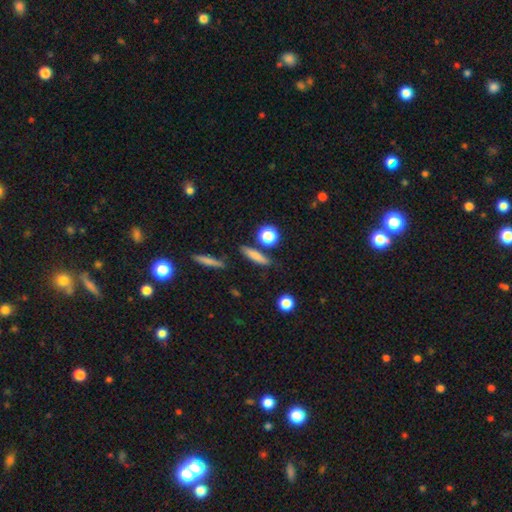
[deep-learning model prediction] Smooth or featured? smooth (77%)
How rounded? cigar-shaped (68%)
Merging? none (81%)